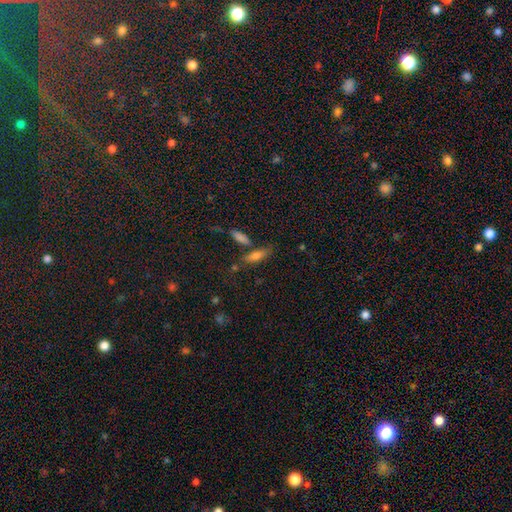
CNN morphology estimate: smooth-or-featured: smooth: 66% | featured or disk: 22% | star or artifact: 11%
  how-rounded: in between: 50% | cigar-shaped: 46% | round: 4%
  merging: none: 65% | merger: 15% | minor disturbance: 14% | major disturbance: 5%